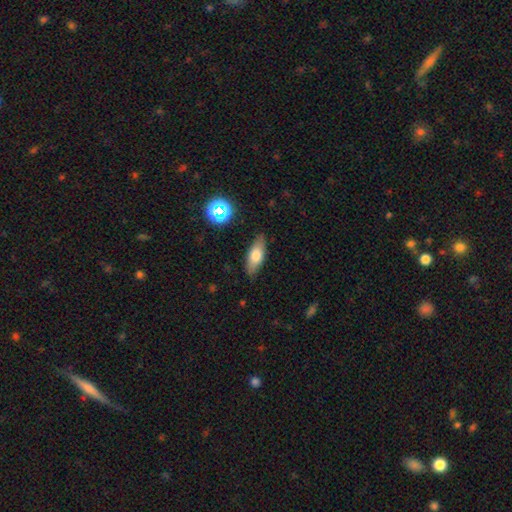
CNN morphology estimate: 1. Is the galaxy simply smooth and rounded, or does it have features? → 69% smooth, 23% featured or disk, 8% star or artifact.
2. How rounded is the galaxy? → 71% in between, 26% cigar-shaped, 3% round.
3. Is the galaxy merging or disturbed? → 85% none, 12% minor disturbance, 2% major disturbance, 1% merger.